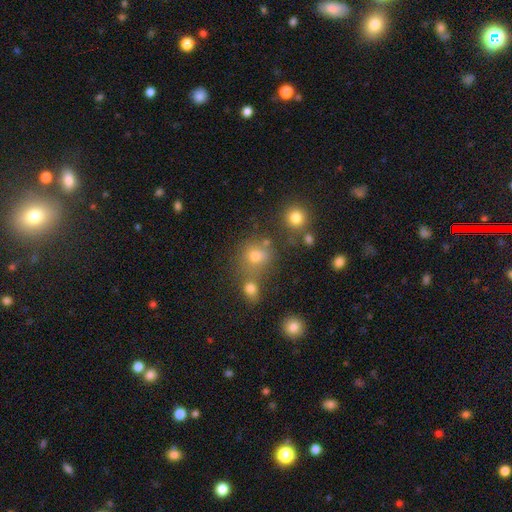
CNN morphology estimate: Q: Smooth or featured?
A: smooth (70%); runner-up: star or artifact (20%)
Q: How rounded?
A: round (78%); runner-up: in between (21%)
Q: Merging?
A: none (57%); runner-up: merger (25%)